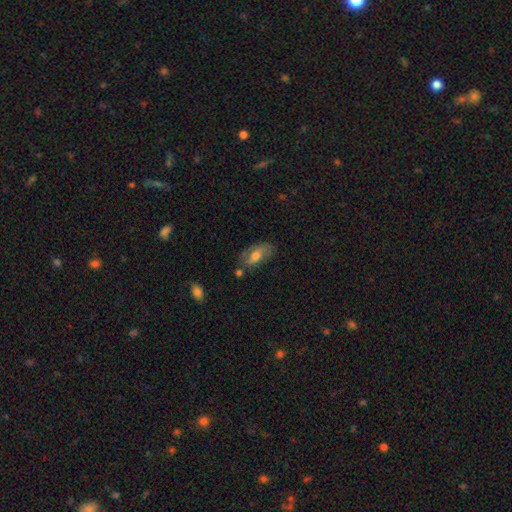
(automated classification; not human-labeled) smooth 51%, featured or disk 40%, star or artifact 9%. Down the decision tree: how rounded — in between (85%); merging — none (65%).